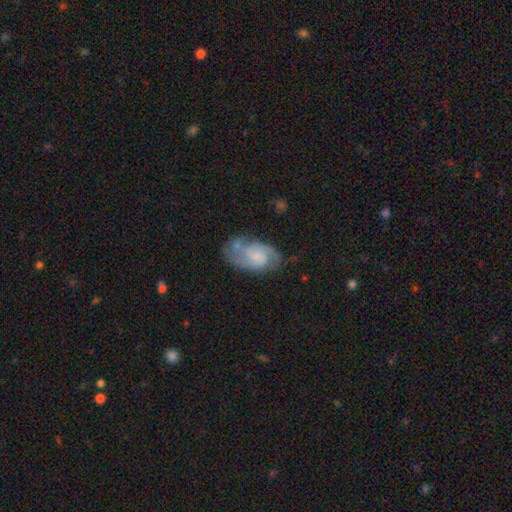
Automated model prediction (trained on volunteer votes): Smooth or featured?
  - featured or disk: 67% *
  - smooth: 26%
  - star or artifact: 7%
Edge-on disk?
  - no: 97% *
  - yes: 3%
Bar?
  - no: 59% *
  - weak: 35%
  - strong: 6%
Spiral arms?
  - yes: 90% *
  - no: 10%
Spiral winding?
  - medium: 49% *
  - tight: 31%
  - loose: 20%
Spiral arm count?
  - 2: 72% *
  - can't tell: 14%
  - 3: 7%
  - 1: 4%
  - 4: 2%
  - more than 4: 2%
Bulge size?
  - small: 51% *
  - none: 24%
  - moderate: 20%
  - large: 5%
  - dominant: 2%
Merging?
  - none: 54% *
  - minor disturbance: 24%
  - major disturbance: 12%
  - merger: 9%